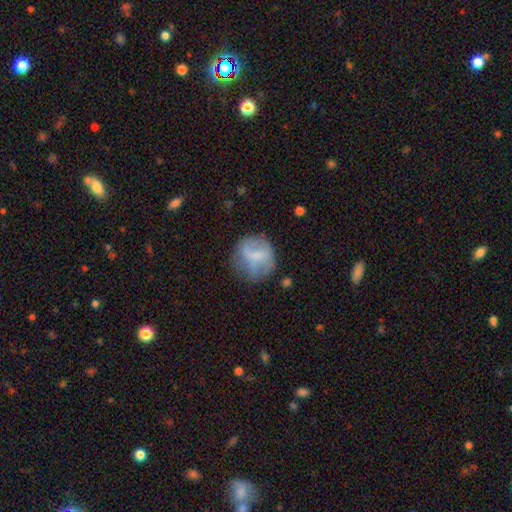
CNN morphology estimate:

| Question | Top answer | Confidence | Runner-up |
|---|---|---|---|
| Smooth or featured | smooth | 55% | featured or disk (36%) |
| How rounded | round | 78% | in between (20%) |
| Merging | none | 56% | minor disturbance (24%) |